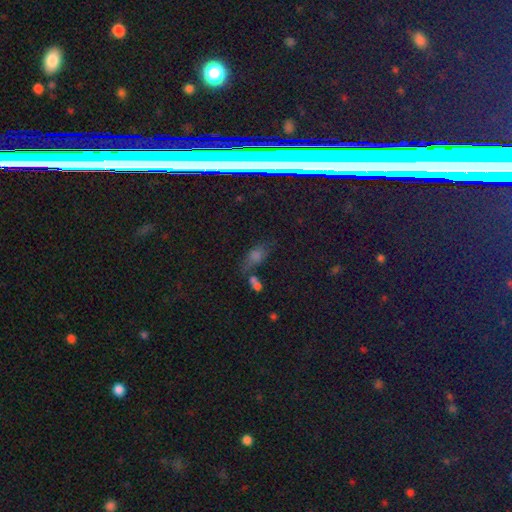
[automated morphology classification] A smooth galaxy with no disk features (43%).

Vote fractions:
- Smooth or featured? smooth: 43% / star or artifact: 40% / featured or disk: 17%
- Merging? none: 58% / minor disturbance: 18% / merger: 14% / major disturbance: 10%